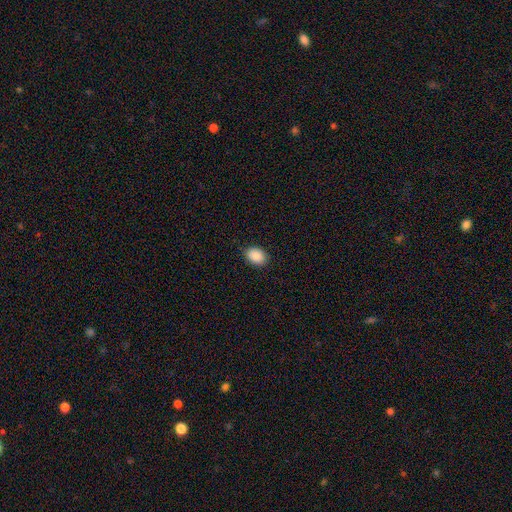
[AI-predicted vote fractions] smooth-or-featured: smooth: 90% | star or artifact: 7% | featured or disk: 3%
  how-rounded: in between: 80% | round: 19% | cigar-shaped: 1%
  merging: none: 88% | minor disturbance: 9% | major disturbance: 2% | merger: 1%